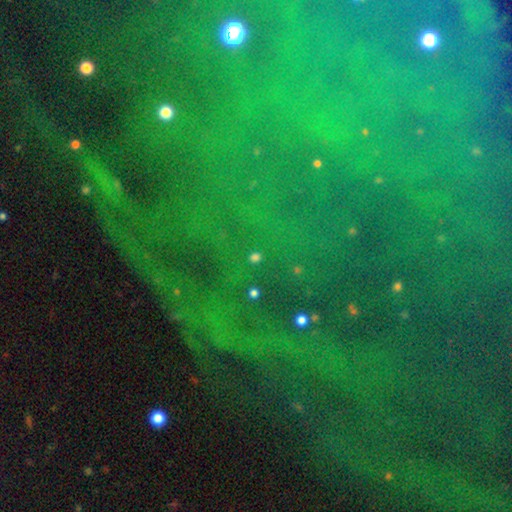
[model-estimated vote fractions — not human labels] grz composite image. It shows a star or artifact, not a galaxy (84%).